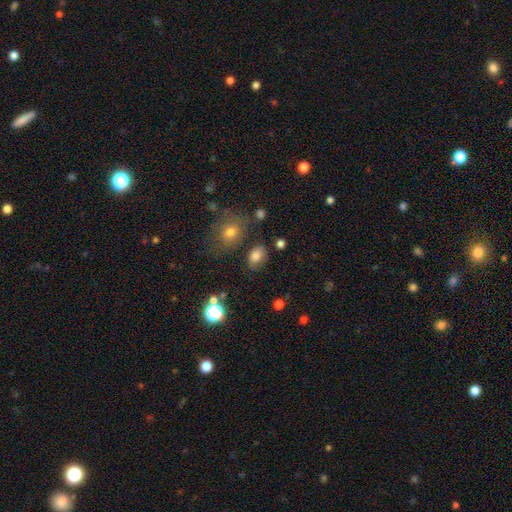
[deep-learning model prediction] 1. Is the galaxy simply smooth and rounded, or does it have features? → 81% smooth, 12% star or artifact, 7% featured or disk.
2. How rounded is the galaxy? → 78% in between, 20% round, 1% cigar-shaped.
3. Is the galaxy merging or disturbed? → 74% none, 16% minor disturbance, 5% major disturbance, 5% merger.